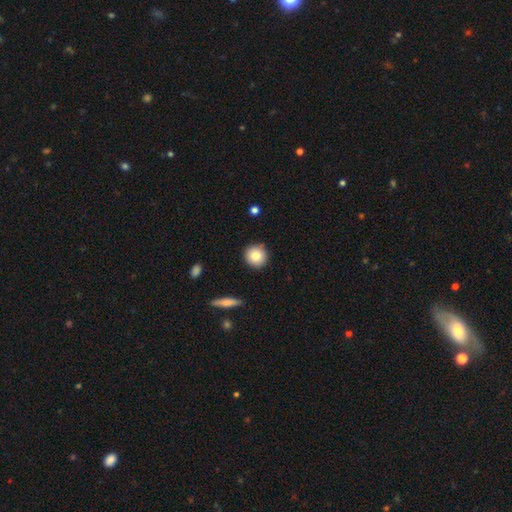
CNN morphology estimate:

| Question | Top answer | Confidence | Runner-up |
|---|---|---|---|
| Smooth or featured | smooth | 82% | featured or disk (10%) |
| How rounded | round | 92% | in between (7%) |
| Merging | none | 89% | minor disturbance (7%) |